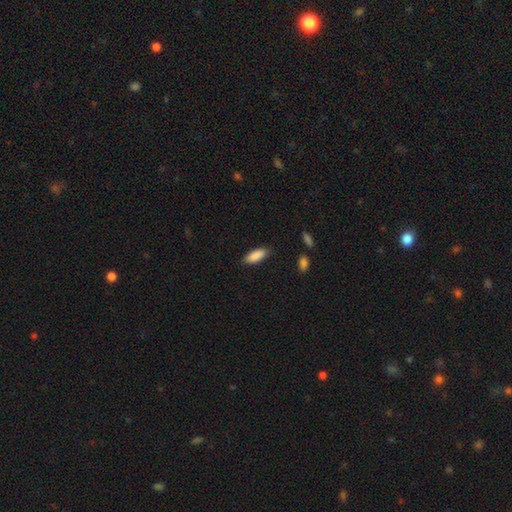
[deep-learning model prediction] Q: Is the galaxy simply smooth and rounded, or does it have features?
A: smooth — 88%.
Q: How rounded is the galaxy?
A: in between — 77%.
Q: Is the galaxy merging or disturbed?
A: none — 84%.